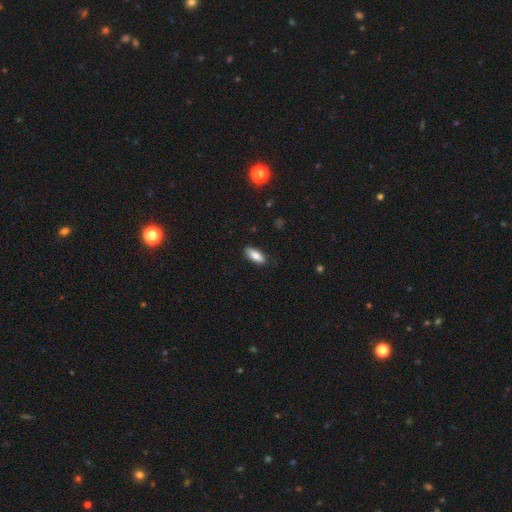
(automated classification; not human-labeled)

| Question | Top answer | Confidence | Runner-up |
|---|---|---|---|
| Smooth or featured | smooth | 84% | featured or disk (9%) |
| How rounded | in between | 80% | cigar-shaped (18%) |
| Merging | none | 83% | minor disturbance (13%) |